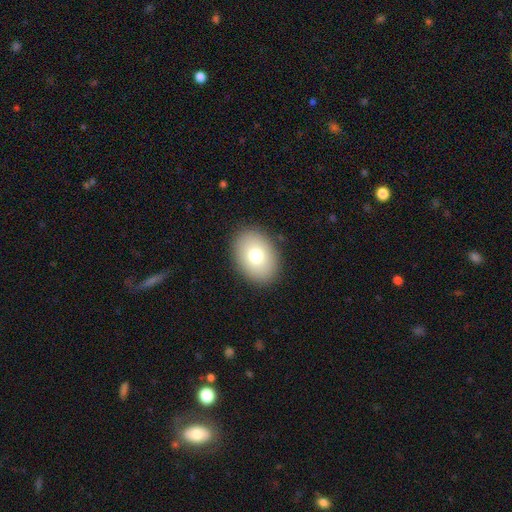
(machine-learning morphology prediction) smooth-or-featured: smooth: 76% | featured or disk: 14% | star or artifact: 10%
  how-rounded: in between: 71% | round: 28% | cigar-shaped: 1%
  merging: none: 89% | minor disturbance: 7% | major disturbance: 2% | merger: 1%